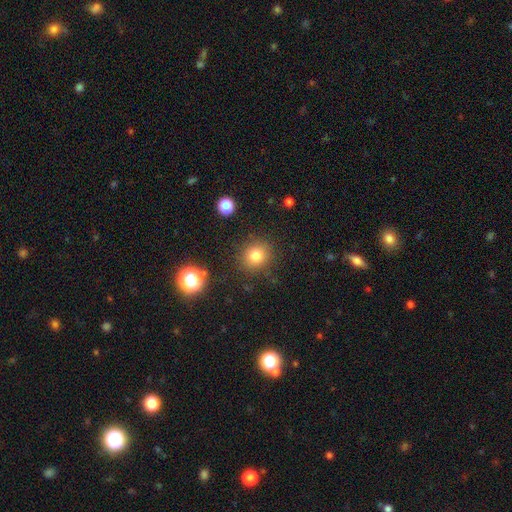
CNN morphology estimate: smooth 80%, star or artifact 13%, featured or disk 7%. Down the decision tree: how rounded — round (82%); merging — none (87%).